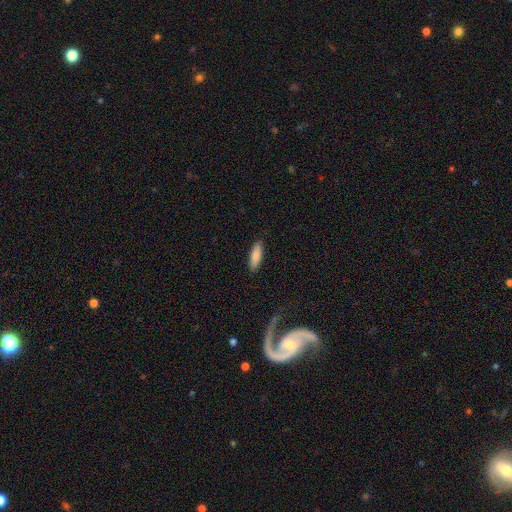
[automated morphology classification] This is clearly a smooth galaxy (84%). How rounded: possibly cigar-shaped (53%). Merging: clearly none (89%).